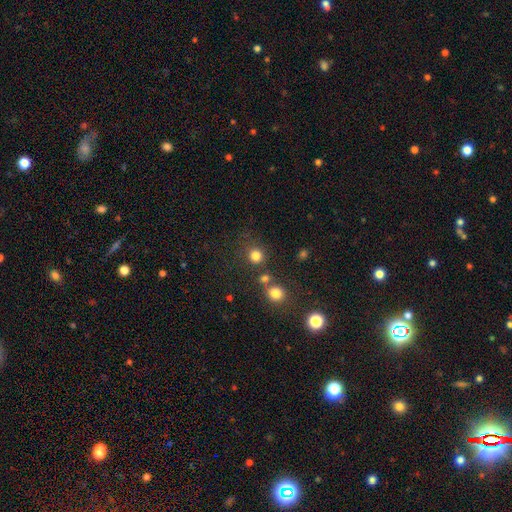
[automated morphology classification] smooth 80%, star or artifact 15%, featured or disk 5%. Down the decision tree: how rounded — round (90%); merging — none (72%).